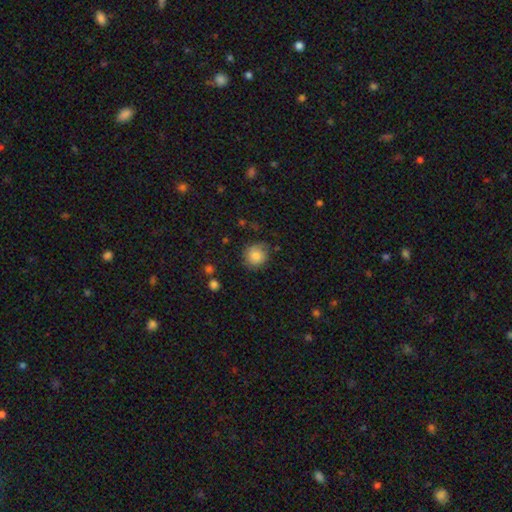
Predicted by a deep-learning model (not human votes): smooth 80%, featured or disk 12%, star or artifact 8%. Down the decision tree: how rounded — round (85%); merging — none (73%).